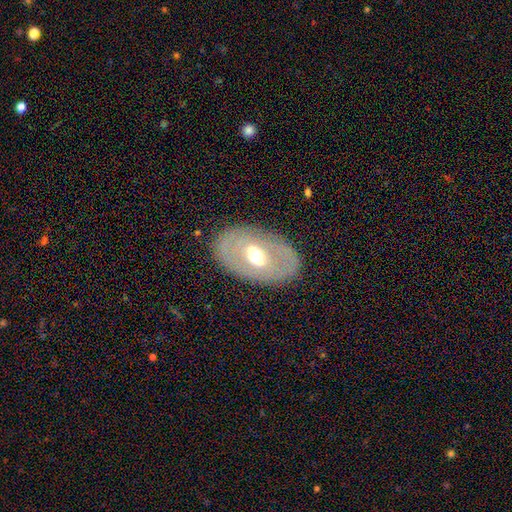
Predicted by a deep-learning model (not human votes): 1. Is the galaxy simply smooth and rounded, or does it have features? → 61% featured or disk, 32% smooth, 7% star or artifact.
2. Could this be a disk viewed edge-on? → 88% no, 12% yes.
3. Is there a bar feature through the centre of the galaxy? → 40% no, 39% weak, 21% strong.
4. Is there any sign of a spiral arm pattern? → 79% no, 21% yes.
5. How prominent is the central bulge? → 69% moderate, 15% small, 13% large, 2% dominant, 1% none.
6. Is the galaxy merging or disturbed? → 83% none, 11% minor disturbance, 5% major disturbance, 1% merger.